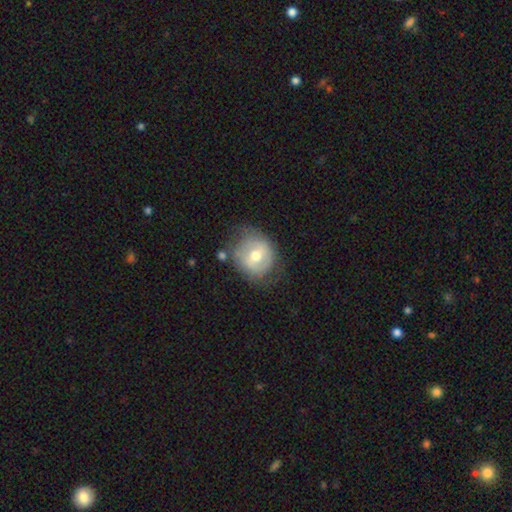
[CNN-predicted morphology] type=smooth (48%); merging=none (60%).